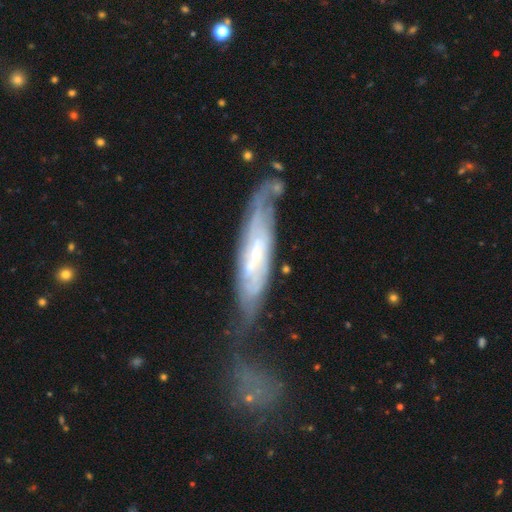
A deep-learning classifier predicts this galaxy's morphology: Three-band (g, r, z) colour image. It shows a featured or disk galaxy (77%) with no bar (62%), spiral arms (82%) and a small central bulge (75%). Merging: none (46%).